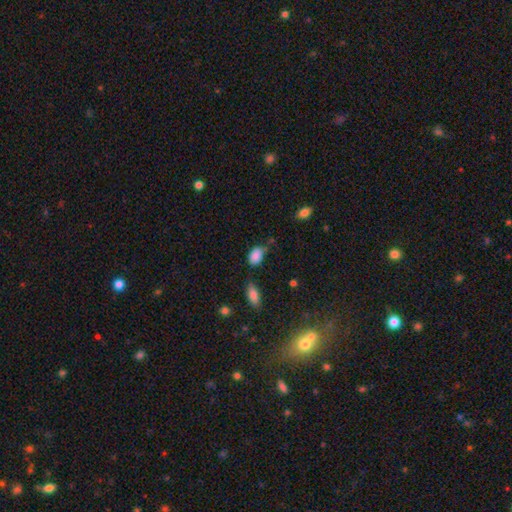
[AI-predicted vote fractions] Smooth or featured?
  - smooth: 86% *
  - star or artifact: 9%
  - featured or disk: 5%
How rounded?
  - in between: 86% *
  - round: 12%
  - cigar-shaped: 2%
Merging?
  - none: 57% *
  - minor disturbance: 29%
  - merger: 7%
  - major disturbance: 6%